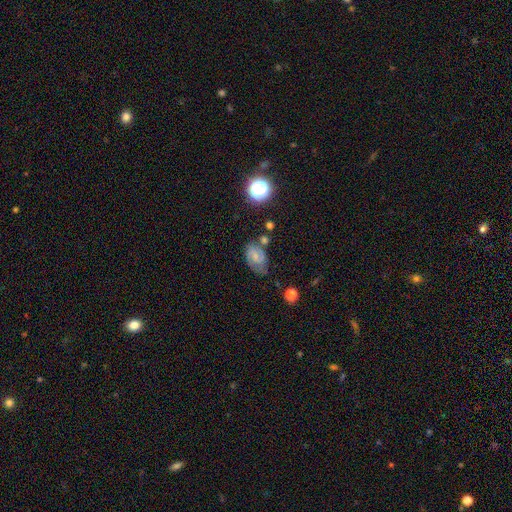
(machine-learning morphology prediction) Smooth or featured? featured or disk (59%)
Edge-on disk? no (96%)
Bar? weak (50%)
Spiral arms? yes (87%)
Bulge size? small (58%)
Merging? none (57%)